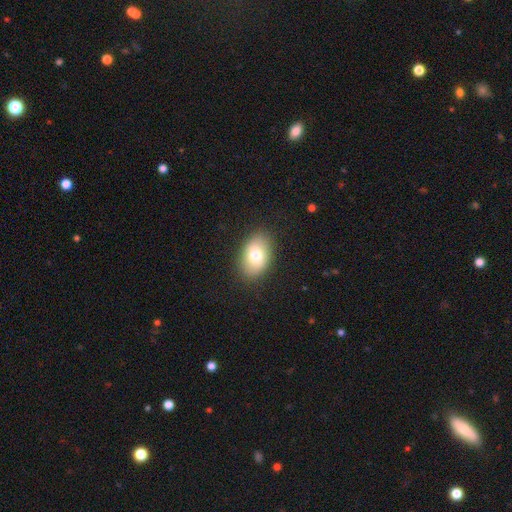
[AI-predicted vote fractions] smooth-or-featured: smooth: 76% | featured or disk: 16% | star or artifact: 8%
  how-rounded: in between: 86% | round: 13% | cigar-shaped: 1%
  merging: none: 87% | minor disturbance: 10% | major disturbance: 3% | merger: 1%